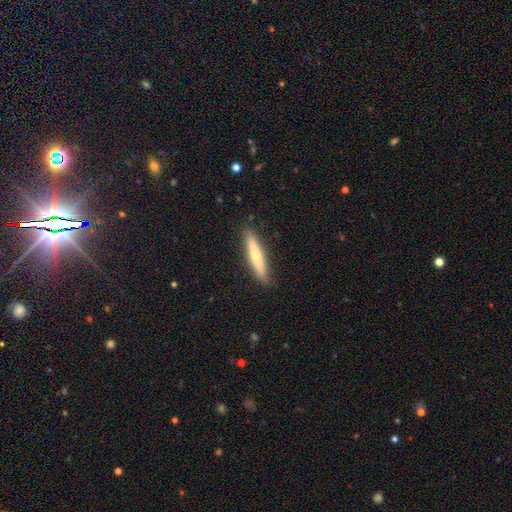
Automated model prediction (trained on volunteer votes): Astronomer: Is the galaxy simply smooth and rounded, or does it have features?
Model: smooth — 64%.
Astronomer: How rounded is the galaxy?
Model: cigar-shaped — 90%.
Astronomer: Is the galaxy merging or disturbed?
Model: none — 88%.